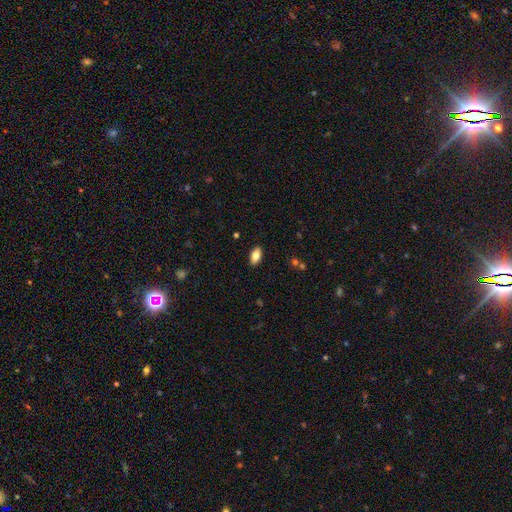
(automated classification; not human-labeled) This is clearly a smooth galaxy (80%). How rounded: clearly in between (91%). Merging: clearly none (89%).